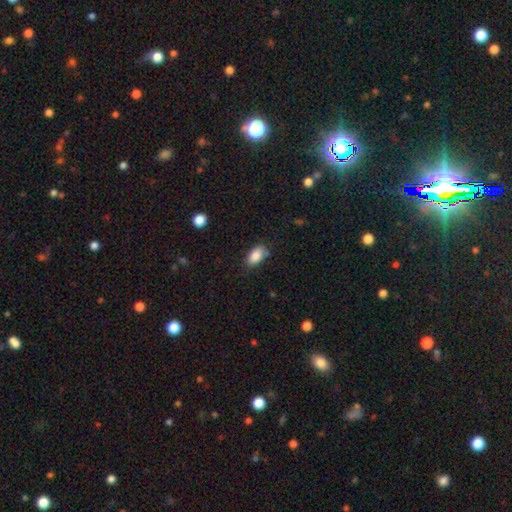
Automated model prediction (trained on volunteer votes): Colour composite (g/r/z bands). It shows a smooth galaxy with no disk features (87%) that is in between round and cigar-shaped (92%). Merging: none (74%).